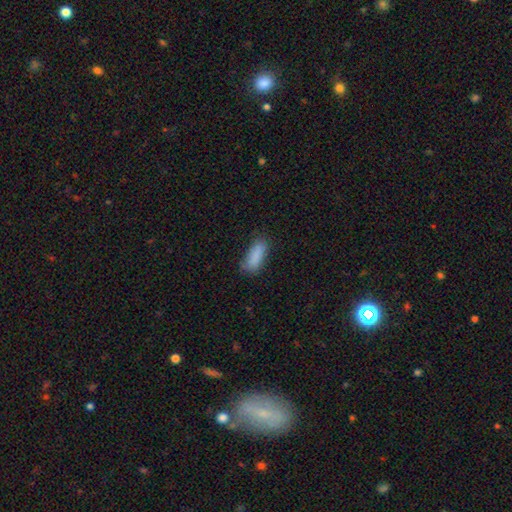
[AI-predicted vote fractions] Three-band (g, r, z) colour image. It shows a smooth galaxy with no disk features (86%) that is in between round and cigar-shaped (73%). Merging: none (71%).